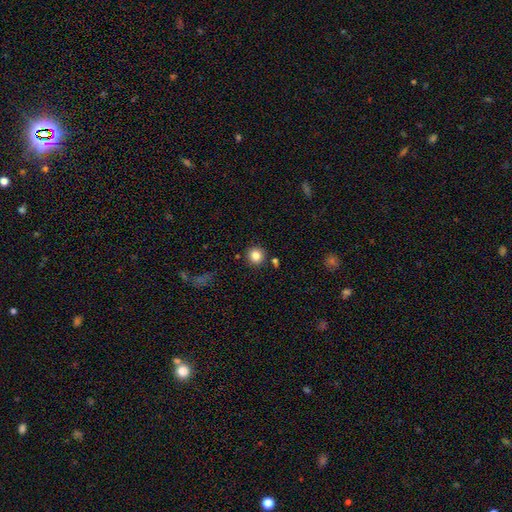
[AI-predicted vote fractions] This appears to be a smooth galaxy with no disk features (83%) that is round (93%). Merging: none (86%).